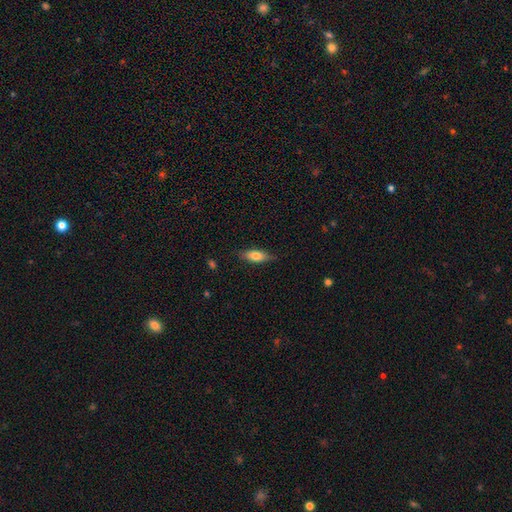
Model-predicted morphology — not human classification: Smooth or featured? smooth (73%)
How rounded? in between (62%)
Merging? none (81%)